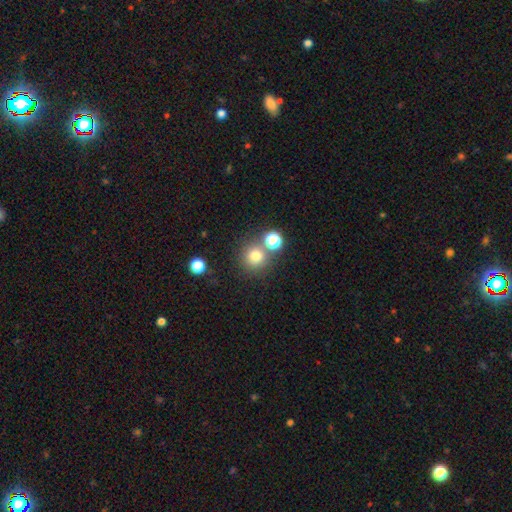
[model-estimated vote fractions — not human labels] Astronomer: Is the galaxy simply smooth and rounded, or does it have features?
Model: smooth — 76%.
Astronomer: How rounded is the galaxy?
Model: round — 92%.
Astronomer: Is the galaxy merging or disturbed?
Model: none — 71%.